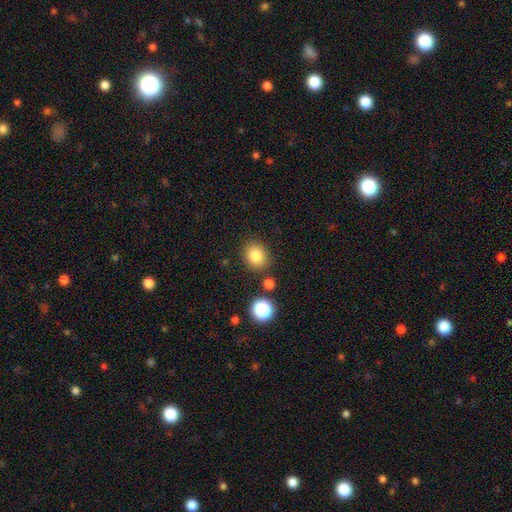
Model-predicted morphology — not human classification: Smooth or featured? smooth (83%)
How rounded? round (72%)
Merging? none (83%)